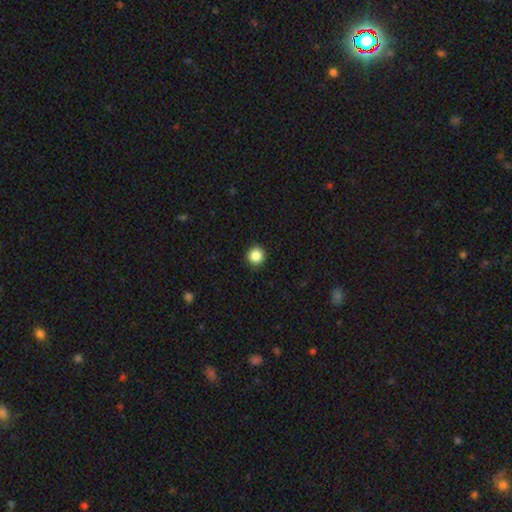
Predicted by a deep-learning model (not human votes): smooth_or_featured: smooth (p=0.86) [alt: star or artifact p=0.10]
how_rounded: round (p=0.96) [alt: in between p=0.04]
merging: none (p=0.93) [alt: minor disturbance p=0.05]